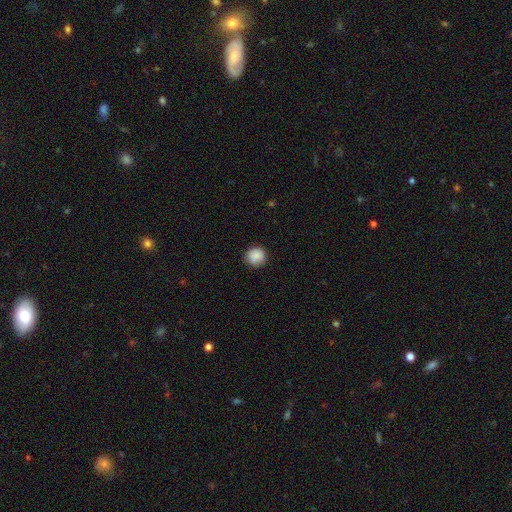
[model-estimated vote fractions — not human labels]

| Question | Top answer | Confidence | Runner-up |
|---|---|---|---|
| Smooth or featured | smooth | 87% | star or artifact (8%) |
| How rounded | round | 92% | in between (7%) |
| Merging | none | 87% | minor disturbance (9%) |